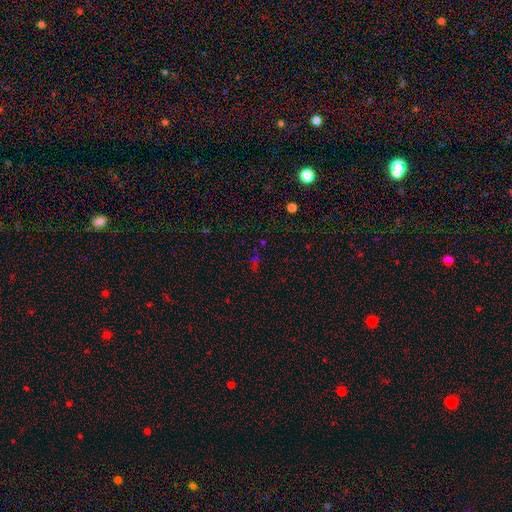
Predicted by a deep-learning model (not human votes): The model was most divided on "smooth or featured": star or artifact: 58%, smooth: 33%, featured or disk: 9%.